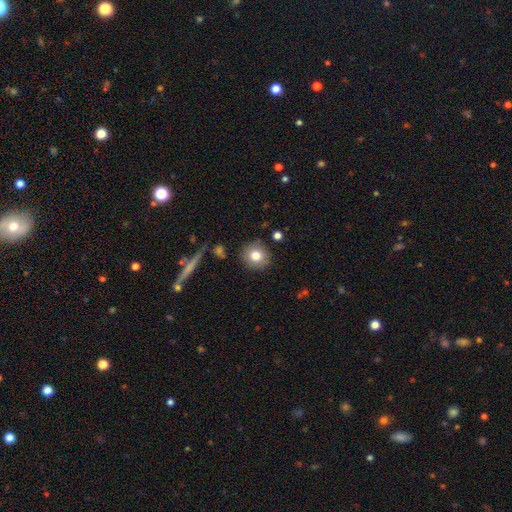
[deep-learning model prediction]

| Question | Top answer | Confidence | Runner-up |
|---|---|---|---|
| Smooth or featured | smooth | 79% | featured or disk (12%) |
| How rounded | round | 89% | in between (10%) |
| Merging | none | 87% | minor disturbance (8%) |